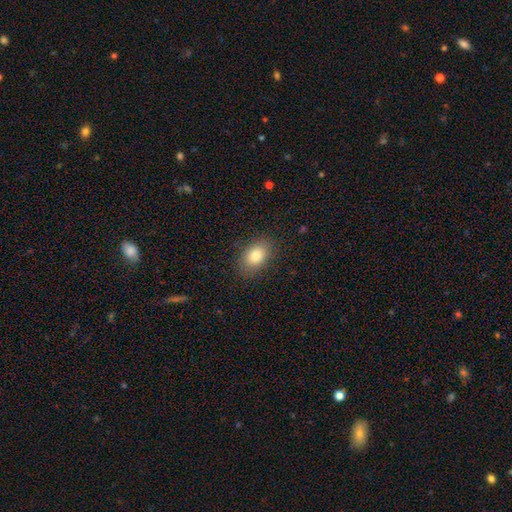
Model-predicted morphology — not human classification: Smooth or featured: smooth — 81% (featured or disk — 10%)
How rounded: in between — 81% (round — 17%)
Merging: none — 85% (minor disturbance — 10%)